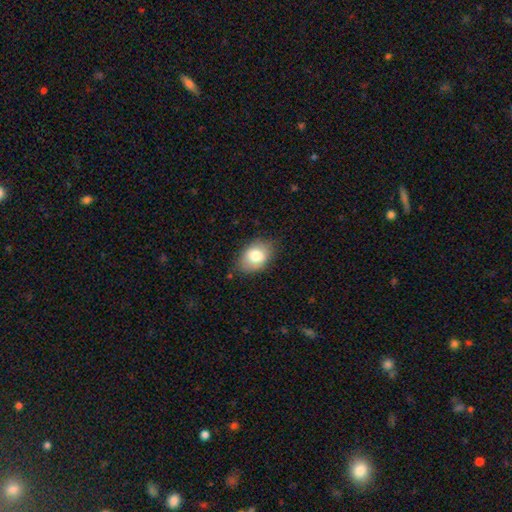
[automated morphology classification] A smooth galaxy with no disk features (79%) that is in between round and cigar-shaped (80%).

Vote fractions:
- Smooth or featured? smooth: 79% / featured or disk: 13% / star or artifact: 8%
- How rounded? in between: 80% / round: 19% / cigar-shaped: 1%
- Merging? none: 77% / minor disturbance: 18% / major disturbance: 4% / merger: 1%